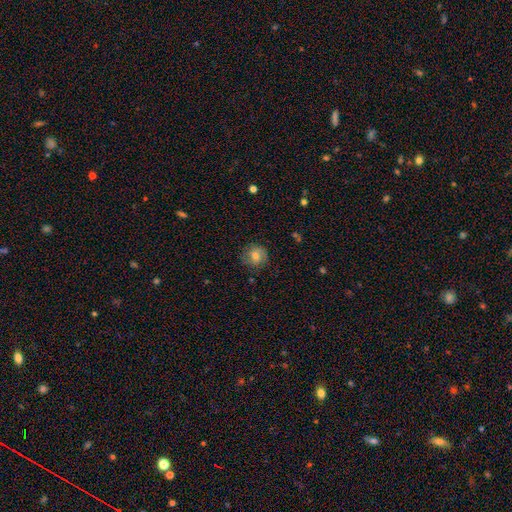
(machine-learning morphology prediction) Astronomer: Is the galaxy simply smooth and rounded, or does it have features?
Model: smooth — 62%.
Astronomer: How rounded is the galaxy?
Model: round — 84%.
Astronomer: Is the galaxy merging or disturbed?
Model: none — 79%.